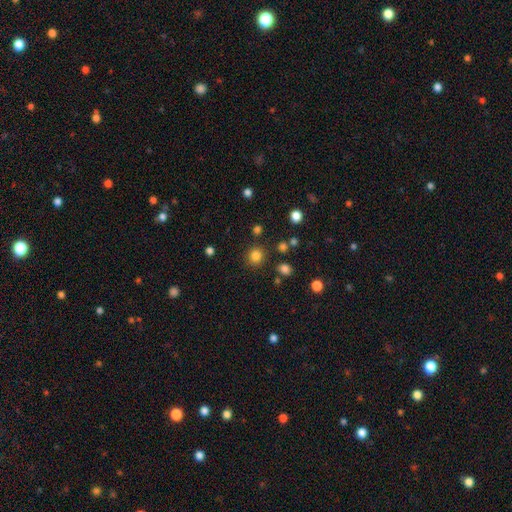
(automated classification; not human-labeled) smooth-or-featured: smooth: 82% | star or artifact: 13% | featured or disk: 5%
  how-rounded: round: 89% | in between: 10% | cigar-shaped: 1%
  merging: none: 87% | minor disturbance: 7% | merger: 3% | major disturbance: 3%